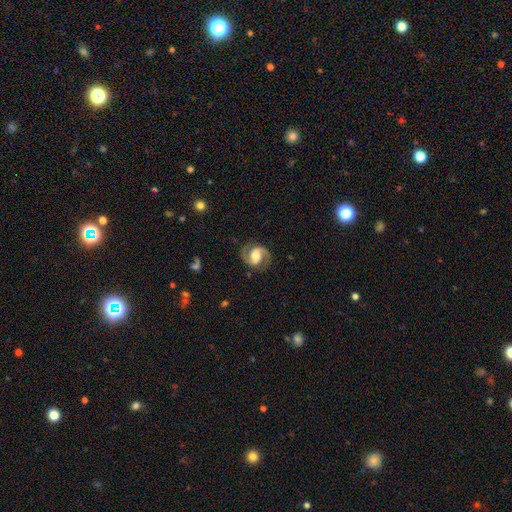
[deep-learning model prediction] This is clearly a featured or disk galaxy (87%). It is clearly not viewed edge-on (98%). Bar: possibly weak (47%). Spiral arm pattern: clearly yes (97%). Spiral arm count: clearly 2 (93%). Spiral winding: possibly medium (59%). Central bulge: possibly moderate (50%). Merging: clearly none (83%).